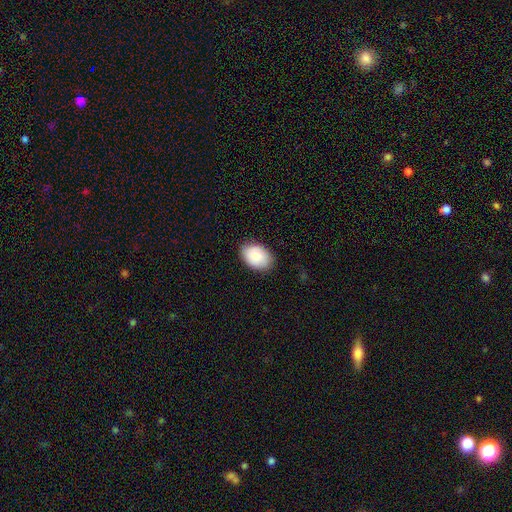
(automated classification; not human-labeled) smooth 89%, star or artifact 6%, featured or disk 5%. Down the decision tree: how rounded — in between (85%); merging — none (85%).